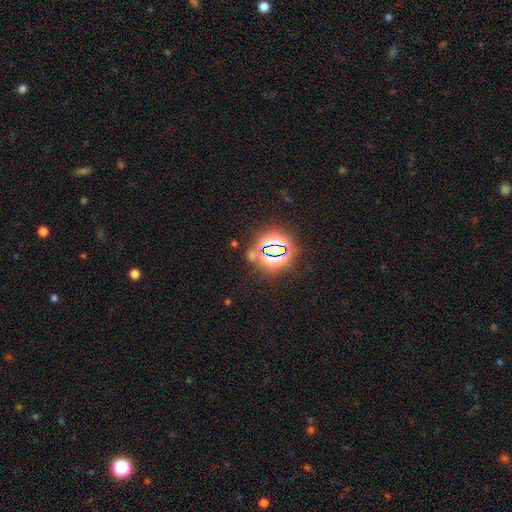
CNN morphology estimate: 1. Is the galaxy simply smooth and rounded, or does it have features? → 79% star or artifact, 12% smooth, 9% featured or disk.